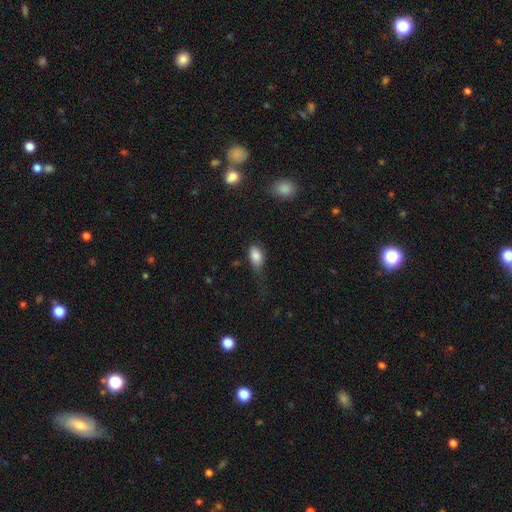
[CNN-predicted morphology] type=smooth (84%); roundness=in between (88%); merging=none (40%).